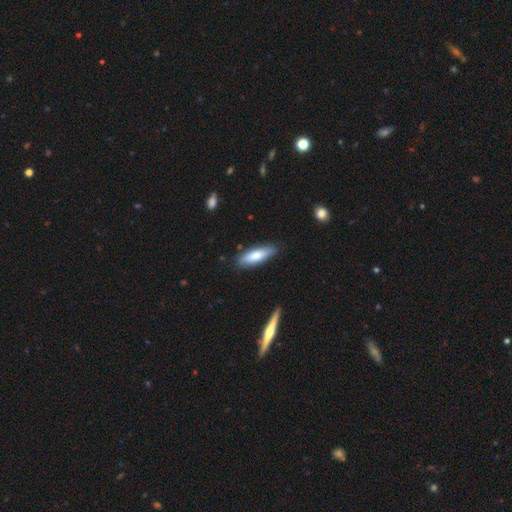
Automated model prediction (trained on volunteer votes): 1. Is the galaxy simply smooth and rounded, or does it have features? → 75% smooth, 20% featured or disk, 5% star or artifact.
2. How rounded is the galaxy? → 56% cigar-shaped, 42% in between, 1% round.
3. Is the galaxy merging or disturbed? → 85% none, 11% minor disturbance, 2% major disturbance, 2% merger.